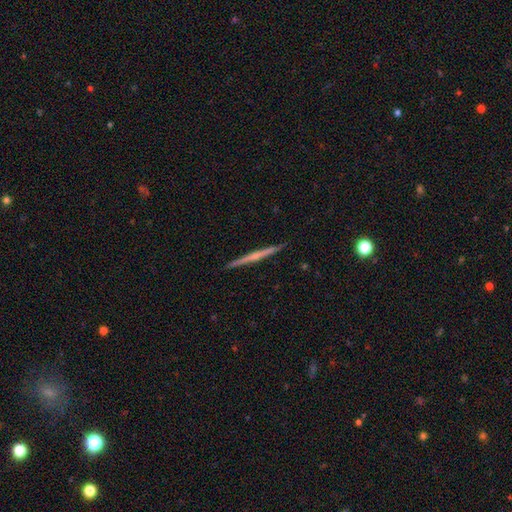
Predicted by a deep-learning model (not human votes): This is likely a featured or disk galaxy (67%). It is clearly viewed edge-on (98%). Edge-on bulge: possibly none (55%). Merging: clearly none (92%).